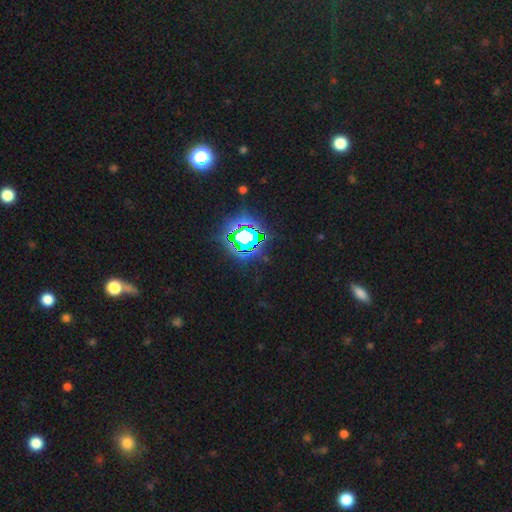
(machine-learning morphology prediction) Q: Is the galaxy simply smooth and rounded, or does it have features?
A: star or artifact — 81%.